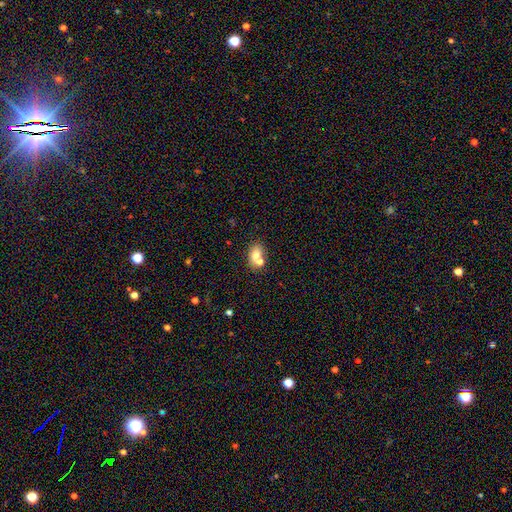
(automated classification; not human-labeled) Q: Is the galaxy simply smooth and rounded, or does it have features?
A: smooth — 70%.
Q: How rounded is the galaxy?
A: in between — 67%.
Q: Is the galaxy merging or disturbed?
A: none — 45%.